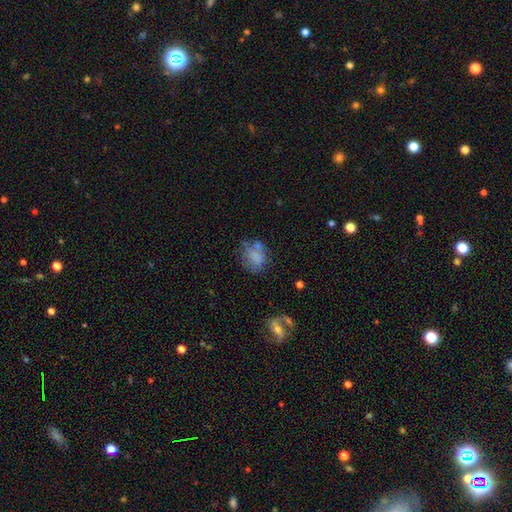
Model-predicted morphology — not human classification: type=smooth (67%); roundness=in between (54%); merging=none (47%).